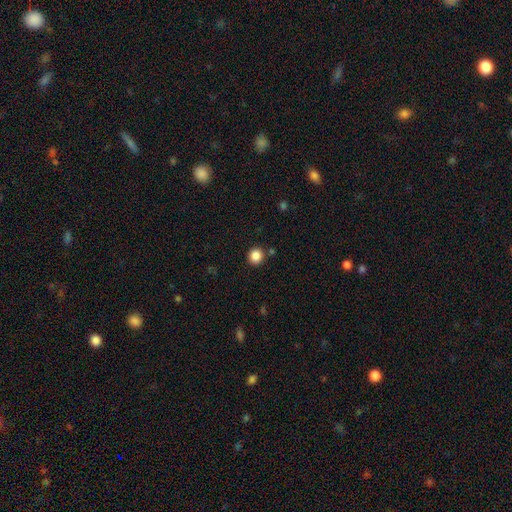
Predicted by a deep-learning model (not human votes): smooth_or_featured: smooth (p=0.86) [alt: star or artifact p=0.10]
how_rounded: round (p=0.90) [alt: in between p=0.09]
merging: none (p=0.86) [alt: minor disturbance p=0.07]